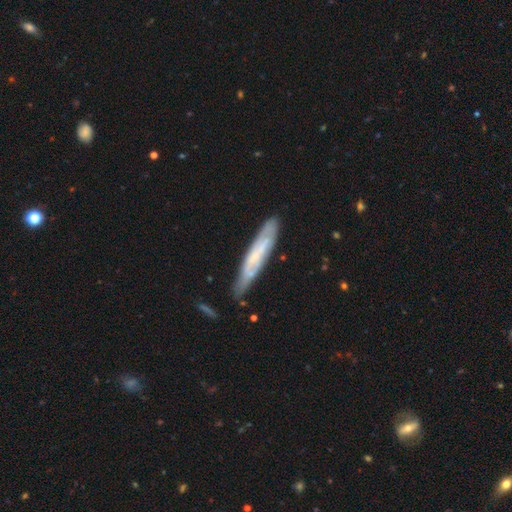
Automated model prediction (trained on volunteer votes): A featured or disk galaxy (56%) viewed edge-on (60%). Merging: none (75%).